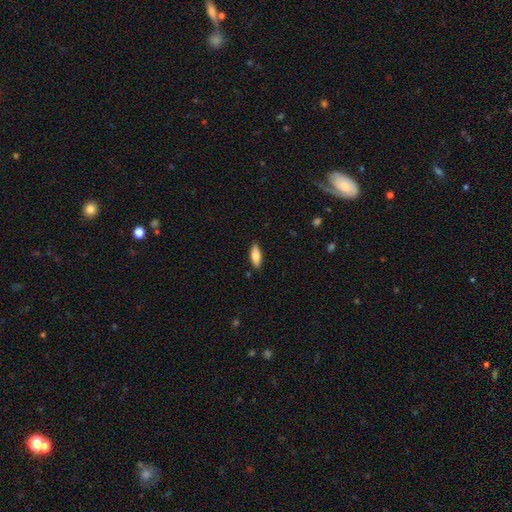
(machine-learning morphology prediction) Smooth or featured? smooth (81%)
How rounded? in between (71%)
Merging? none (88%)